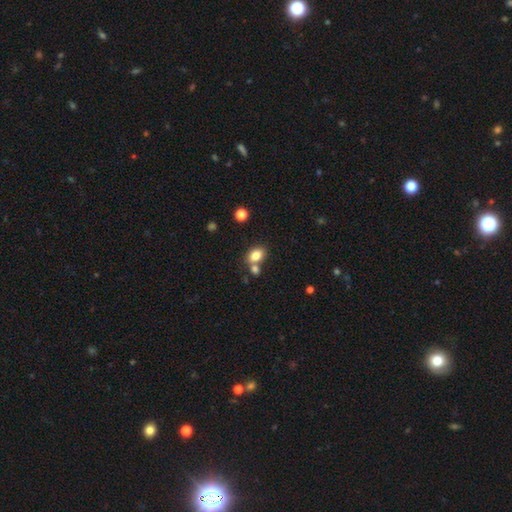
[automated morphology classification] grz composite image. It shows a smooth galaxy with no disk features (82%) that is in between round and cigar-shaped (75%). Merging: none (57%).